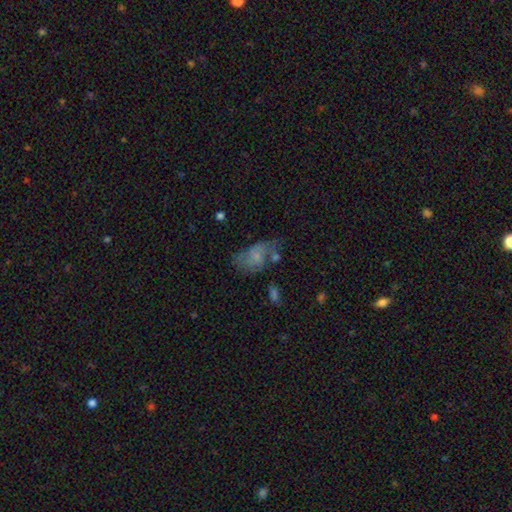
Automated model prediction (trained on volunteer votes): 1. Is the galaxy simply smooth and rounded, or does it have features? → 52% smooth, 37% featured or disk, 11% star or artifact.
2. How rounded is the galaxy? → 87% in between, 10% round, 3% cigar-shaped.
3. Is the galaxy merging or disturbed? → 34% none, 28% minor disturbance, 25% major disturbance, 14% merger.